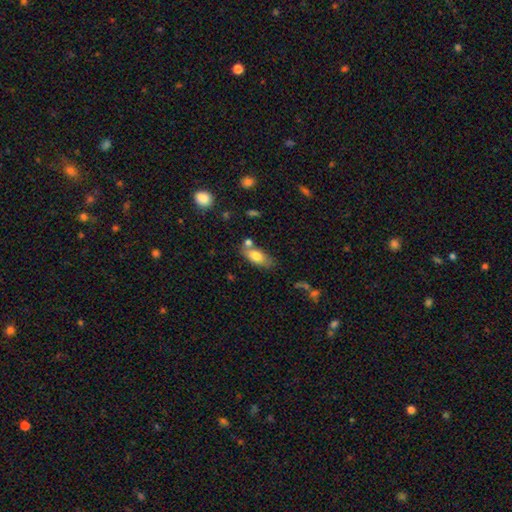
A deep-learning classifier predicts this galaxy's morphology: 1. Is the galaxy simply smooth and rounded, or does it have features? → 77% smooth, 16% featured or disk, 7% star or artifact.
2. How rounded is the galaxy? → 86% in between, 11% cigar-shaped, 3% round.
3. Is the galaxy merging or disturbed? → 62% none, 17% merger, 17% minor disturbance, 4% major disturbance.